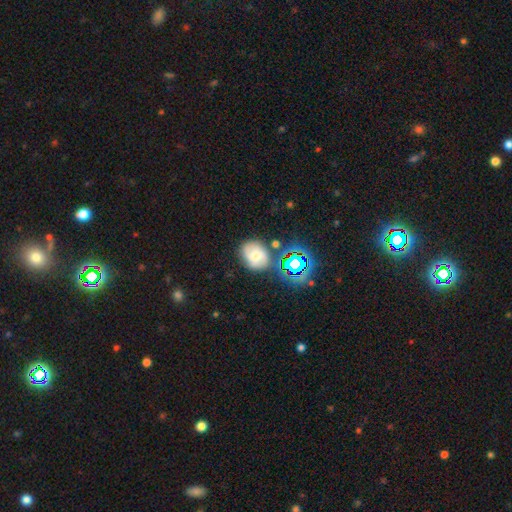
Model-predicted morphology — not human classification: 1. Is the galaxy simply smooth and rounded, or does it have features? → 42% smooth, 41% featured or disk, 17% star or artifact.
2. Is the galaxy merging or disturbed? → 68% none, 18% minor disturbance, 8% merger, 6% major disturbance.